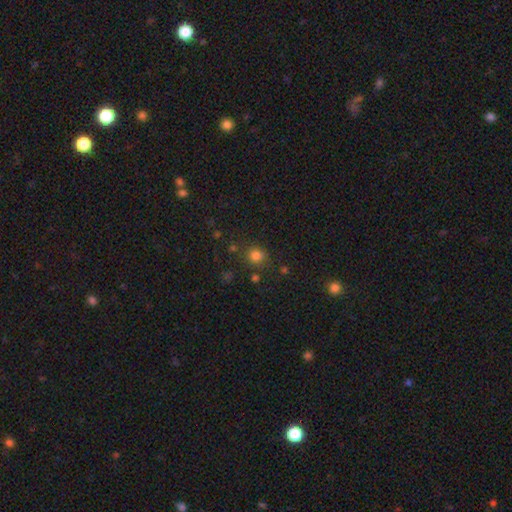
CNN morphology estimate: type=smooth (78%); roundness=round (81%); merging=none (79%).